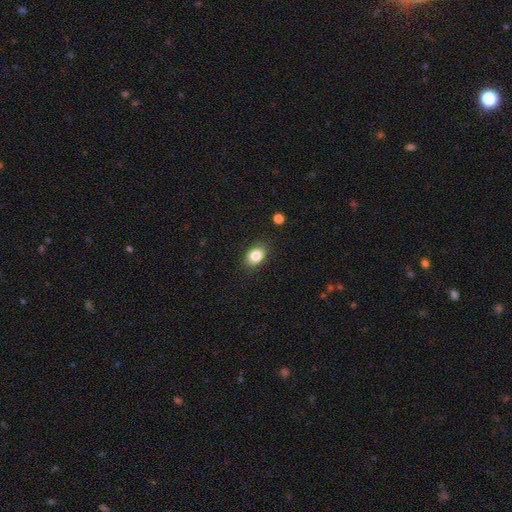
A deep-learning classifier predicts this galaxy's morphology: A smooth galaxy with no disk features (84%) that is in between round and cigar-shaped (74%).

Vote fractions:
- Smooth or featured? smooth: 84% / star or artifact: 9% / featured or disk: 7%
- How rounded? in between: 74% / round: 25% / cigar-shaped: 1%
- Merging? none: 87% / minor disturbance: 10% / major disturbance: 2% / merger: 1%